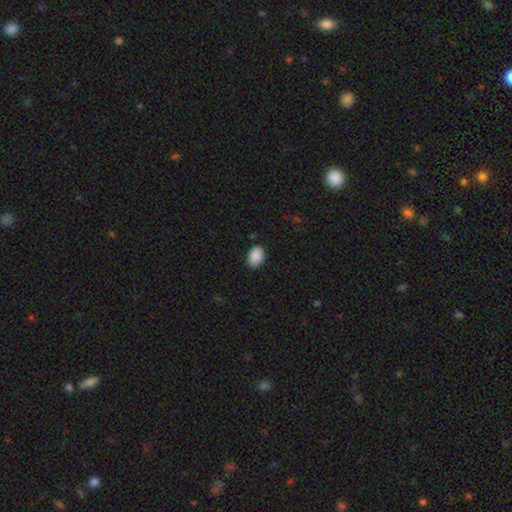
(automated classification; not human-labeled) Smooth or featured: smooth — 90% (star or artifact — 7%)
How rounded: in between — 82% (round — 17%)
Merging: none — 79% (minor disturbance — 17%)